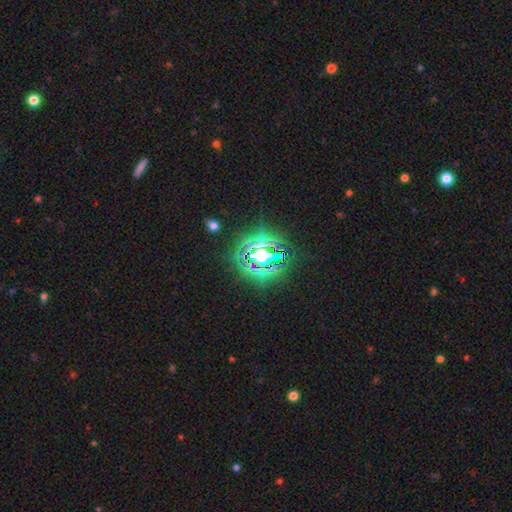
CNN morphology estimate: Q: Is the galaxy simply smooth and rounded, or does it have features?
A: star or artifact — 79%.